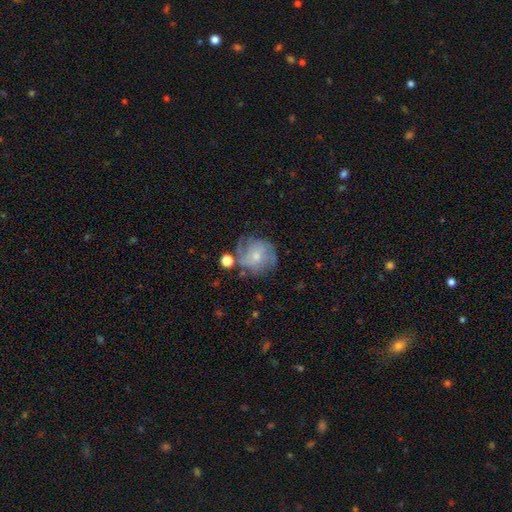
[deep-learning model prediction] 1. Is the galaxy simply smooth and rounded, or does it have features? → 56% featured or disk, 35% smooth, 9% star or artifact.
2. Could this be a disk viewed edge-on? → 97% no, 3% yes.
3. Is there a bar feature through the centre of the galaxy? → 71% no, 25% weak, 4% strong.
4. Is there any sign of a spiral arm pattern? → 77% yes, 23% no.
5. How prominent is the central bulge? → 50% small, 41% moderate, 4% none, 3% large, 1% dominant.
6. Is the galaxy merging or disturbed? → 54% none, 24% minor disturbance, 15% major disturbance, 7% merger.